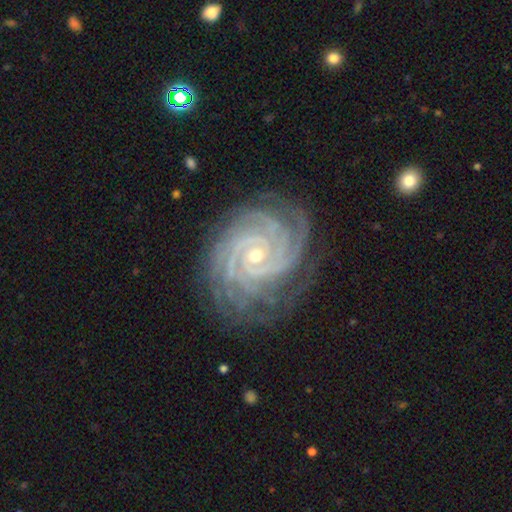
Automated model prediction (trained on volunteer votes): A featured or disk galaxy (93%) with no bar (64%), more than 4 (25%, tied with 4) tight (85%) spiral arms (99%) and a small central bulge (59%).

Vote fractions:
- Smooth or featured? featured or disk: 93% / star or artifact: 5% / smooth: 3%
- Edge-on disk? no: 98% / yes: 2%
- Bar? no: 64% / weak: 24% / strong: 12%
- Spiral arms? yes: 99% / no: 1%
- Spiral winding? tight: 85% / medium: 14% / loose: 2%
- Spiral arm count? more than 4: 25% (tied) / 4: 25% (tied) / 3: 17% / can't tell: 14% / 2: 11% / 1: 8%
- Bulge size? small: 59% / moderate: 39% / large: 1% / none: 1% / dominant: 1%
- Merging? none: 77% / minor disturbance: 16% / major disturbance: 6% / merger: 1%